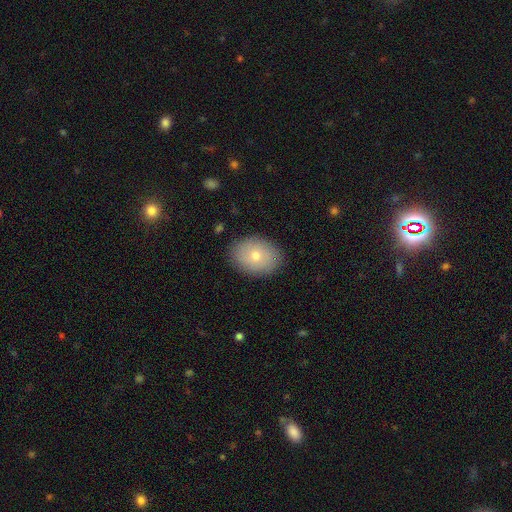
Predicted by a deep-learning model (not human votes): Overall: smooth (71%). How rounded: in between (71%). Merging: none (87%).